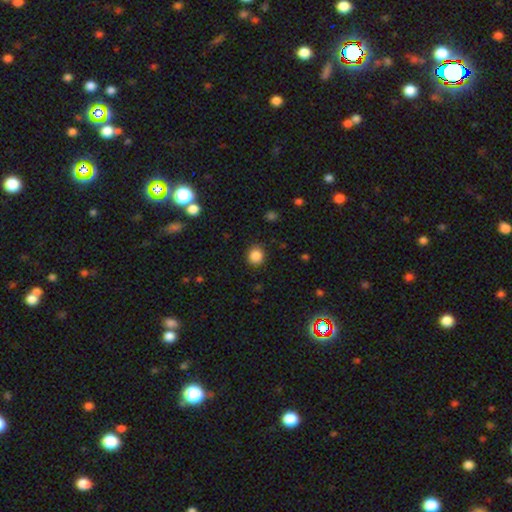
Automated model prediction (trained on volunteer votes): This appears to be a smooth galaxy with no disk features (86%) that is round (87%). Merging: none (89%).